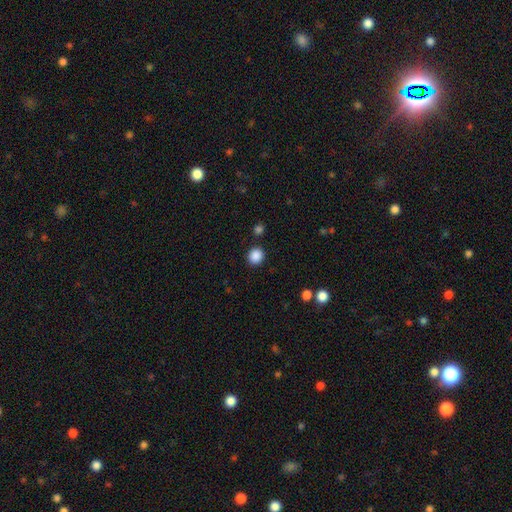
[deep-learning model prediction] This appears to be a smooth galaxy with no disk features (87%) that is round (83%). Merging: none (88%).